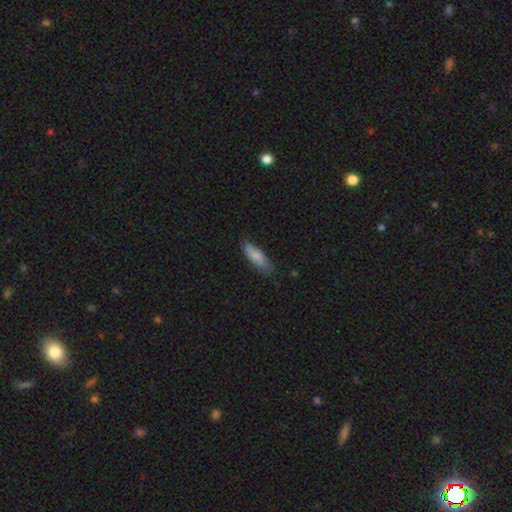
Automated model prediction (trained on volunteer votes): smooth 79%, featured or disk 15%, star or artifact 6%. Down the decision tree: how rounded — in between (57%); merging — none (68%).